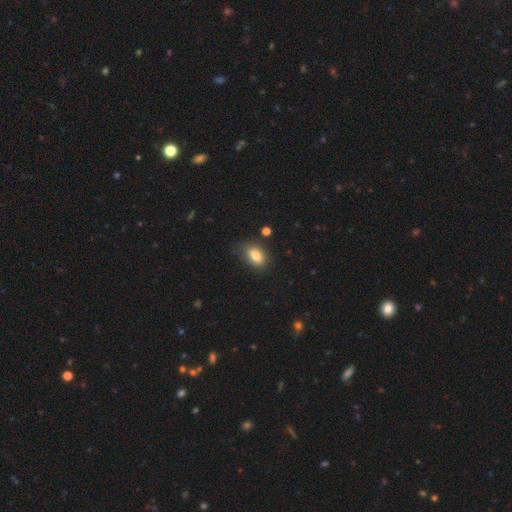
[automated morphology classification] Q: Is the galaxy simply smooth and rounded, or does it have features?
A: smooth — 82%.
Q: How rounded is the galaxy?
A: in between — 86%.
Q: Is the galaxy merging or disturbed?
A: none — 75%.